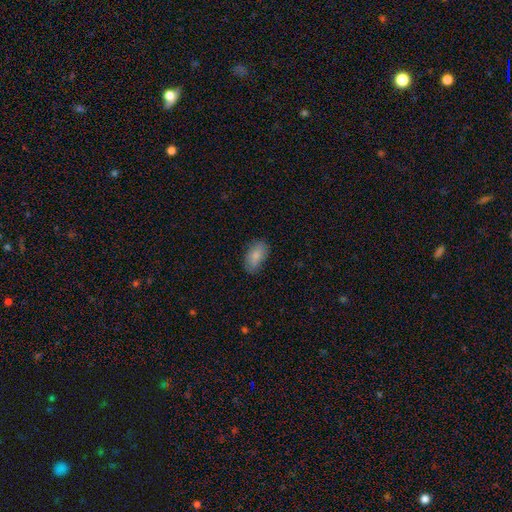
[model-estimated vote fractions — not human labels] A smooth galaxy with no disk features (84%) that is in between round and cigar-shaped (93%). Merging: none (81%).